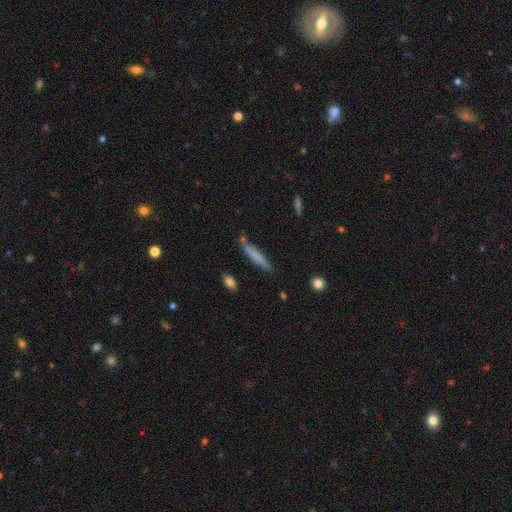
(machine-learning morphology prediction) smooth 73%, featured or disk 20%, star or artifact 7%. Down the decision tree: how rounded — cigar-shaped (91%); merging — none (79%).